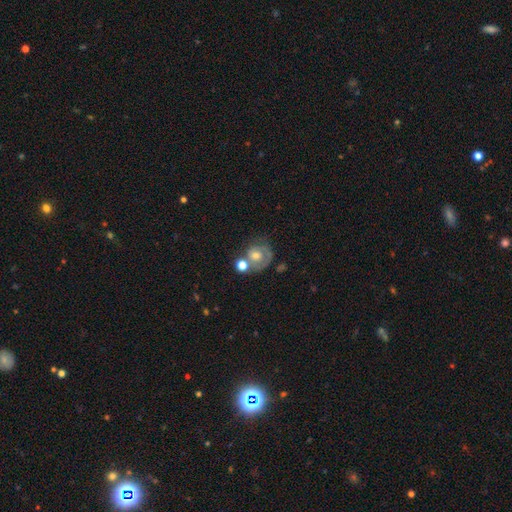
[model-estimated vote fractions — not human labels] Overall: featured or disk (50%; smooth 41%). Edge-on disk: no (97%). Merging: none (42%; merger 26%).